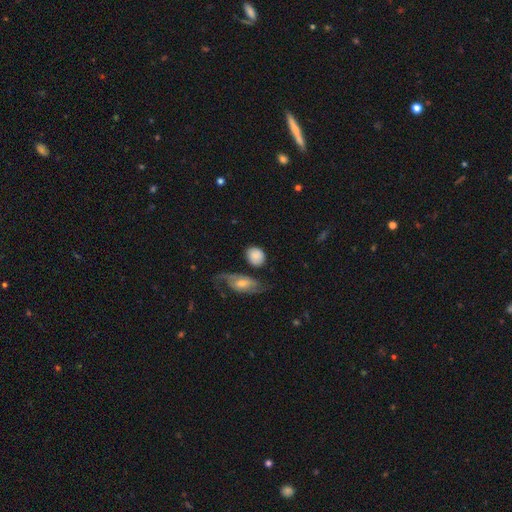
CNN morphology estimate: The model was most divided on "how rounded": round: 60%, in between: 38%, cigar-shaped: 2%. More confident: smooth or featured — smooth (75%); merging — none (61%).